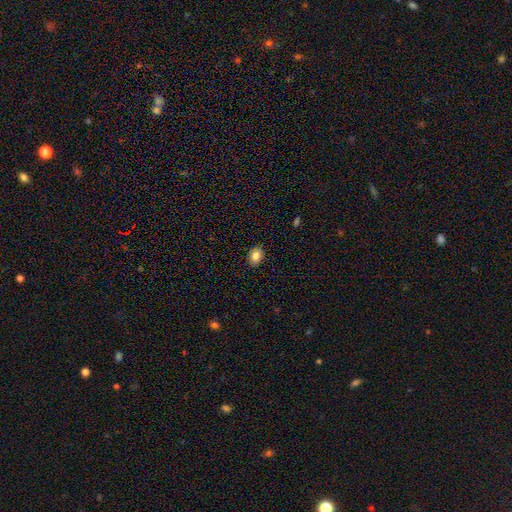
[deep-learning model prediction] Smooth or featured? Predicted: smooth (p=0.83). How rounded? Predicted: in between (p=0.61). Merging? Predicted: none (p=0.88).